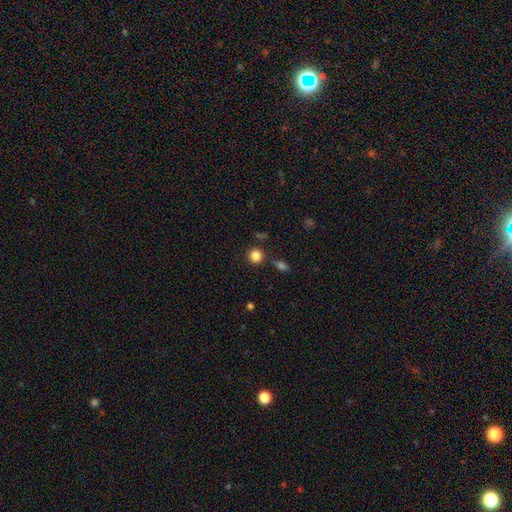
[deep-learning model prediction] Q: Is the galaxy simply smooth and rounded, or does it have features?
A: smooth — 84%.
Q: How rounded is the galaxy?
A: round — 90%.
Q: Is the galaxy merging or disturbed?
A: none — 82%.